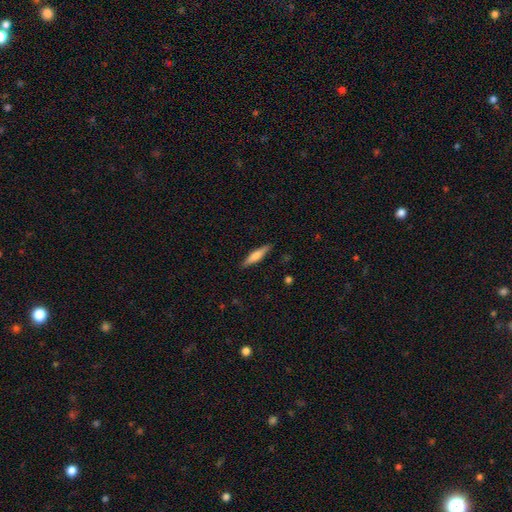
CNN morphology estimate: Smooth or featured?
  - smooth: 54% *
  - featured or disk: 40%
  - star or artifact: 6%
How rounded?
  - cigar-shaped: 83% *
  - in between: 16%
  - round: 2%
Merging?
  - none: 88% *
  - minor disturbance: 9%
  - major disturbance: 2%
  - merger: 1%